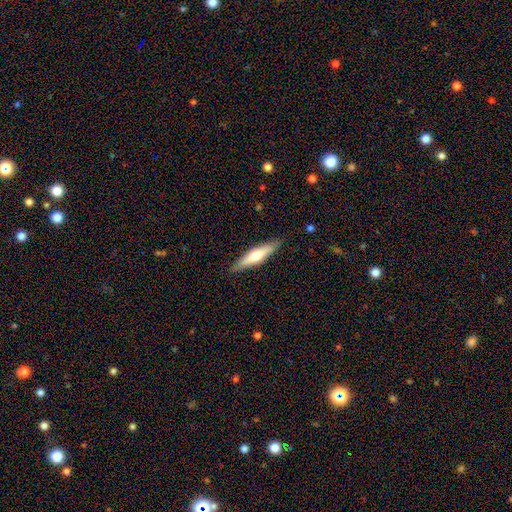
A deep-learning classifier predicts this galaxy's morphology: Smooth or featured?
  - smooth: 54% *
  - featured or disk: 41%
  - star or artifact: 5%
How rounded?
  - cigar-shaped: 78% *
  - in between: 20%
  - round: 1%
Merging?
  - none: 87% *
  - minor disturbance: 10%
  - major disturbance: 2%
  - merger: 1%